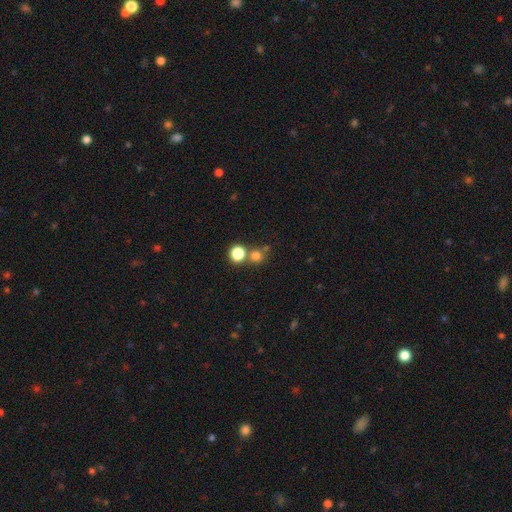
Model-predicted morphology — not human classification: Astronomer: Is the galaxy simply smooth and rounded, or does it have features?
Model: smooth — 75%.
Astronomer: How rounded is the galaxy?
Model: round — 90%.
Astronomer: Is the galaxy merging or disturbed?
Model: none — 60%.